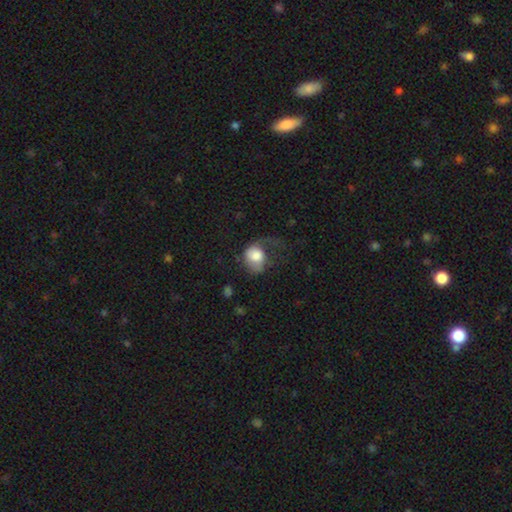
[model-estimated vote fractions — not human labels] smooth 68%, featured or disk 25%, star or artifact 8%. Down the decision tree: how rounded — round (57%); merging — major disturbance (51%).